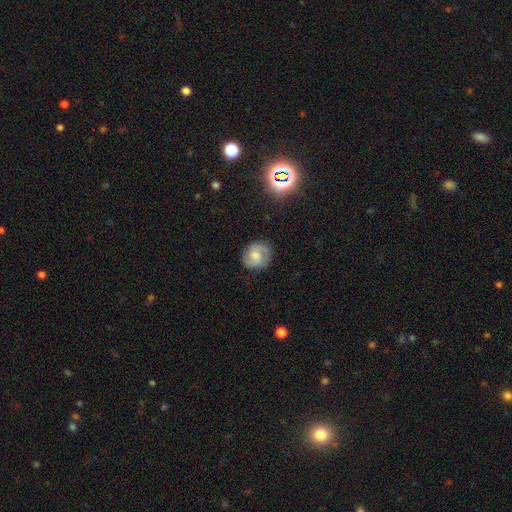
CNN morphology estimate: type=featured or disk (47%); merging=none (81%).